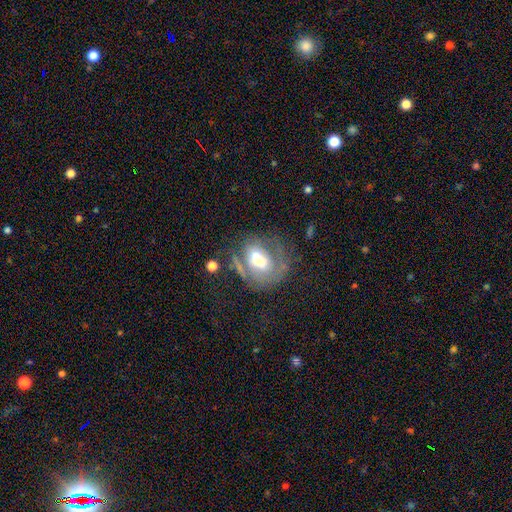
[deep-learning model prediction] Q: Smooth or featured?
A: featured or disk (46%); runner-up: smooth (43%)
Q: Merging?
A: none (34%); runner-up: merger (26%)